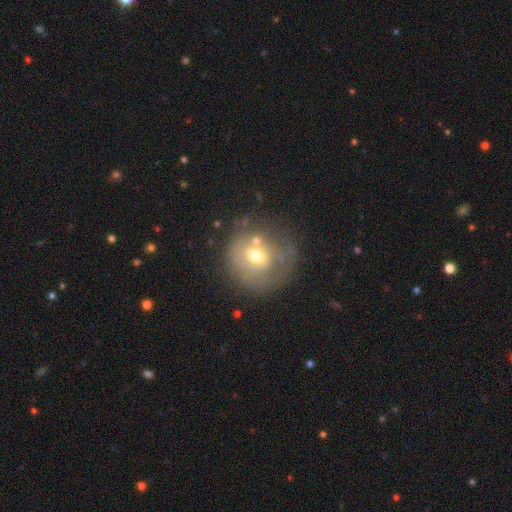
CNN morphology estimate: Smooth or featured? Predicted: featured or disk (p=0.53). Edge-on disk? Predicted: no (p=0.96). Bar? Predicted: no (p=0.62). Spiral arms? Predicted: yes (p=0.52). Bulge size? Predicted: moderate (p=0.67). Merging? Predicted: none (p=0.55).